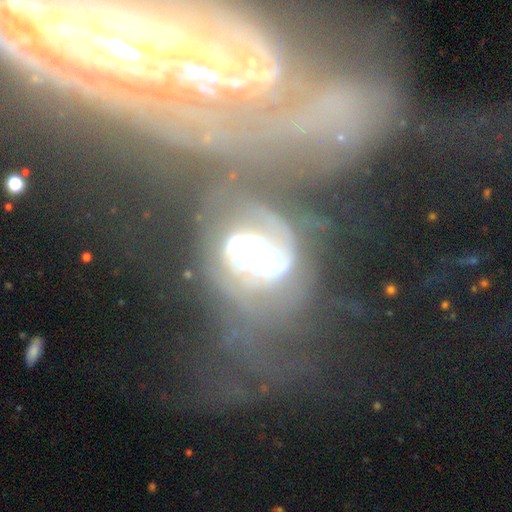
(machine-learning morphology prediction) Smooth or featured: featured or disk — 64% (star or artifact — 19%)
Edge-on disk: no — 96% (yes — 4%)
Bar: no — 79% (weak — 13%)
Spiral arms: no — 53% (yes — 47%)
Bulge size: moderate — 35% (small — 21%)
Merging: merger — 51% (major disturbance — 27%)